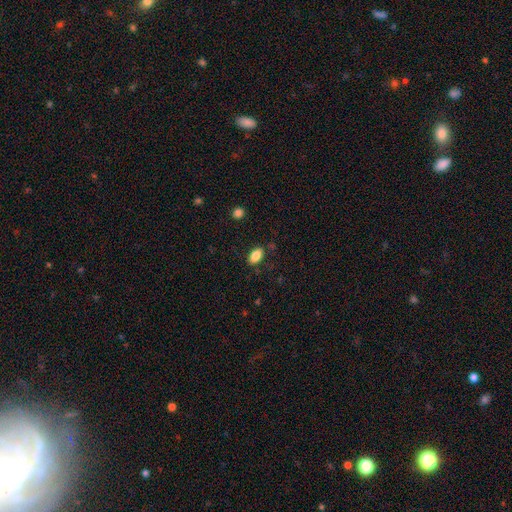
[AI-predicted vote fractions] The model was most divided on "merging": none: 83%, minor disturbance: 12%, major disturbance: 3%, merger: 2%. More confident: how rounded — in between (90%); smooth or featured — smooth (85%).